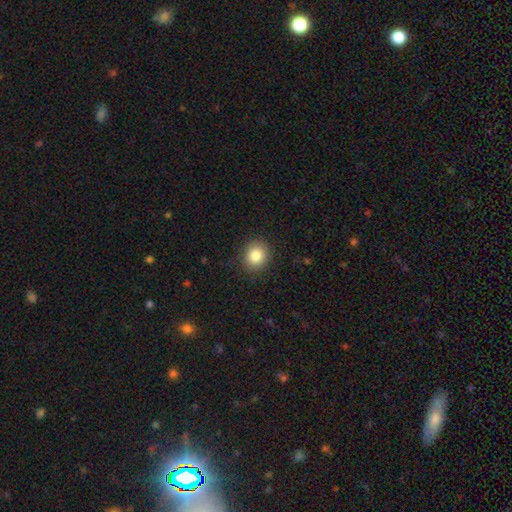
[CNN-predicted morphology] smooth_or_featured: smooth (p=0.85) [alt: star or artifact p=0.09]
how_rounded: round (p=0.78) [alt: in between p=0.21]
merging: none (p=0.89) [alt: minor disturbance p=0.08]